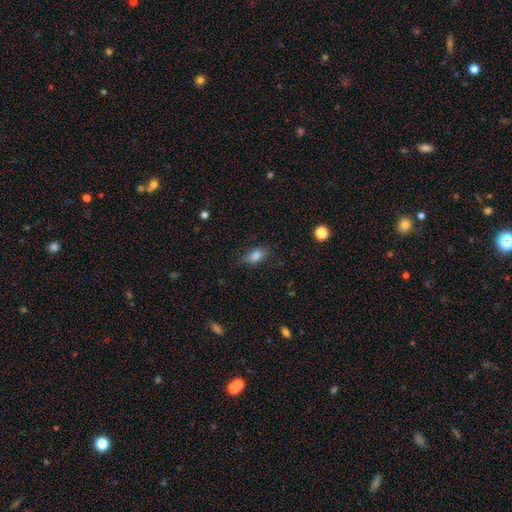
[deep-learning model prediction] smooth-or-featured: smooth: 83% | star or artifact: 9% | featured or disk: 8%
  how-rounded: in between: 86% | round: 8% | cigar-shaped: 6%
  merging: none: 76% | minor disturbance: 17% | major disturbance: 5% | merger: 1%